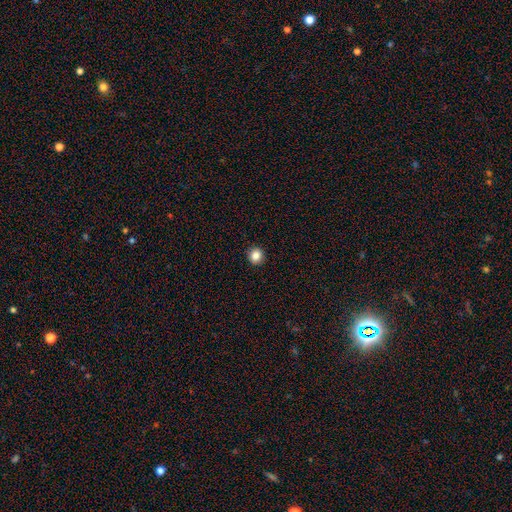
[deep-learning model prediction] smooth-or-featured: smooth: 85% | star or artifact: 10% | featured or disk: 5%
  how-rounded: round: 93% | in between: 6% | cigar-shaped: 1%
  merging: none: 93% | minor disturbance: 4% | major disturbance: 1% | merger: 1%